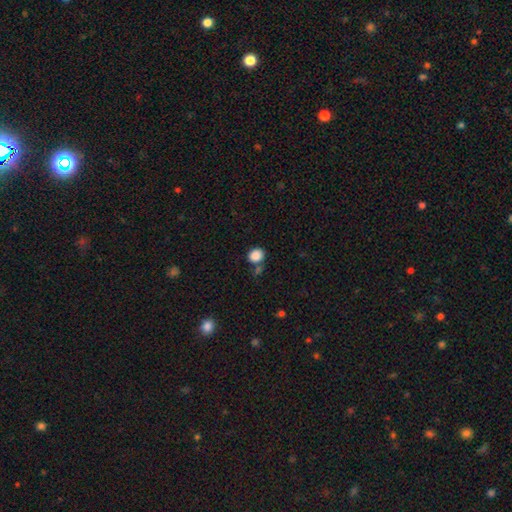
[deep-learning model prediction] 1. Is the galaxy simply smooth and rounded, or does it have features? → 87% smooth, 9% star or artifact, 4% featured or disk.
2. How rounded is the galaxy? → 66% round, 33% in between, 1% cigar-shaped.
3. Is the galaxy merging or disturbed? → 66% none, 15% merger, 13% minor disturbance, 5% major disturbance.